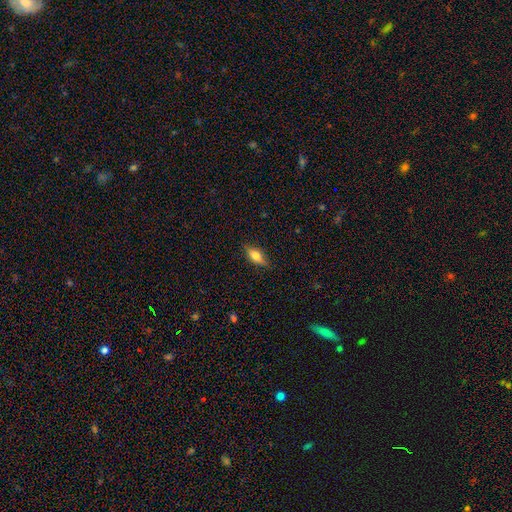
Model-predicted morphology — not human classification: Smooth or featured?
  - smooth: 58% *
  - featured or disk: 34%
  - star or artifact: 8%
How rounded?
  - in between: 65% *
  - cigar-shaped: 31%
  - round: 4%
Merging?
  - none: 84% *
  - minor disturbance: 12%
  - major disturbance: 3%
  - merger: 1%